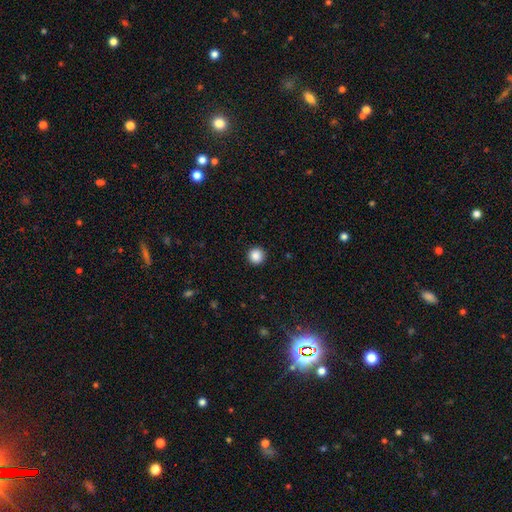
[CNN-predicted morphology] Smooth or featured? smooth (88%)
How rounded? round (95%)
Merging? none (93%)